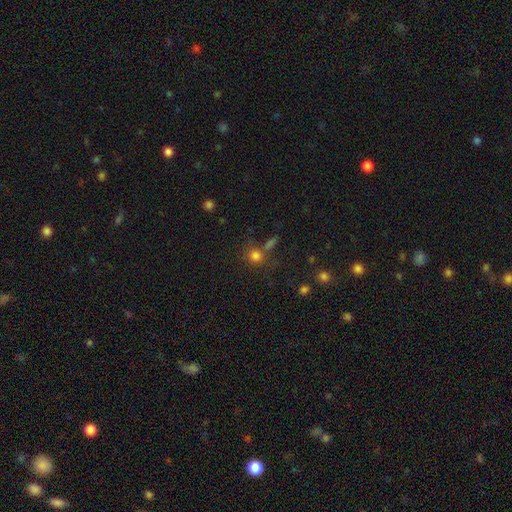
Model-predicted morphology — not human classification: A smooth galaxy with no disk features (77%) that is round (86%).

Vote fractions:
- Smooth or featured? smooth: 77% / star or artifact: 16% / featured or disk: 7%
- How rounded? round: 86% / in between: 13% / cigar-shaped: 1%
- Merging? none: 63% / merger: 19% / minor disturbance: 11% / major disturbance: 6%